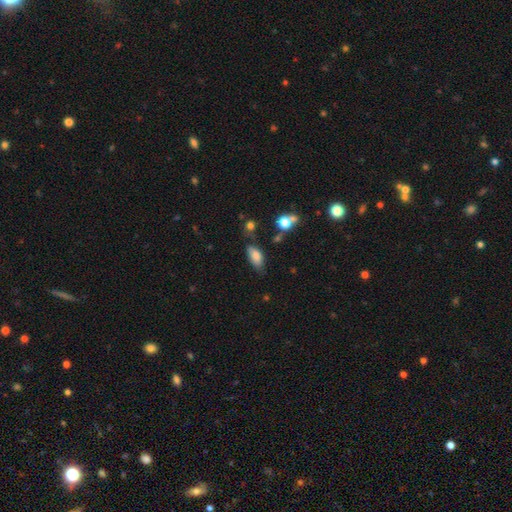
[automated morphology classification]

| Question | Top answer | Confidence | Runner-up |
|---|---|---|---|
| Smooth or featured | smooth | 79% | featured or disk (12%) |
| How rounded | in between | 90% | cigar-shaped (6%) |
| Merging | none | 62% | minor disturbance (27%) |